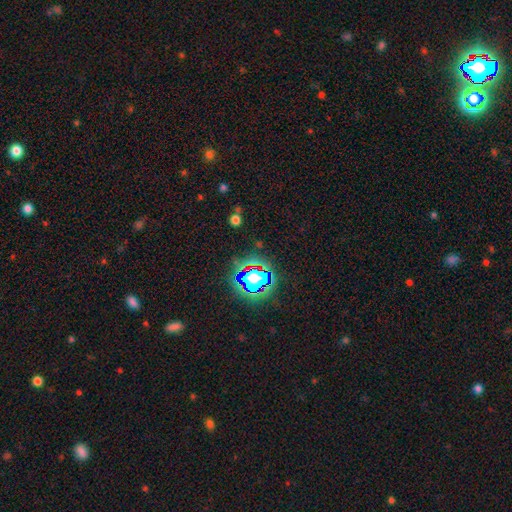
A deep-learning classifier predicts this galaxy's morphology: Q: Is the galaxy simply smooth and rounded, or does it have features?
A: star or artifact — 79%.